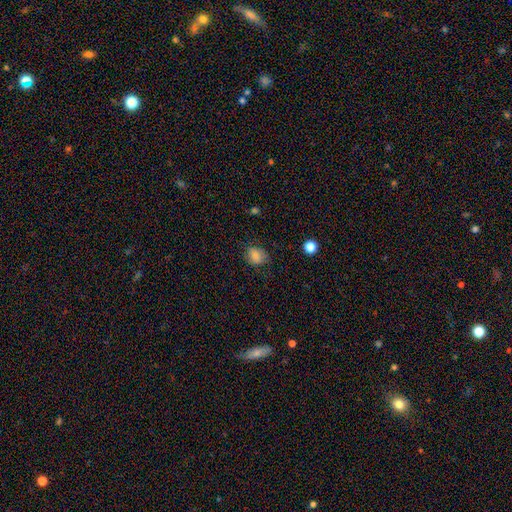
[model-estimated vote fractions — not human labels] This is clearly a smooth galaxy (81%). How rounded: possibly round (52%). Merging: likely none (72%).